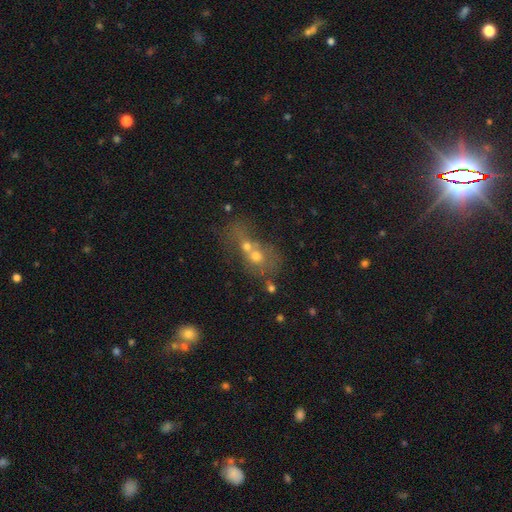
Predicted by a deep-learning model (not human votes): A smooth galaxy with no disk features (50%) that is round (59%). Merging: merger (71%).